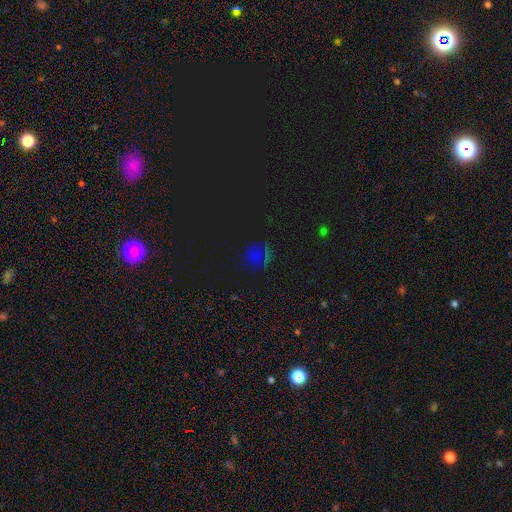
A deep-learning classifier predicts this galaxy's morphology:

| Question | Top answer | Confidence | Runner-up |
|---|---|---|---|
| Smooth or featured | star or artifact | 56% | smooth (33%) |